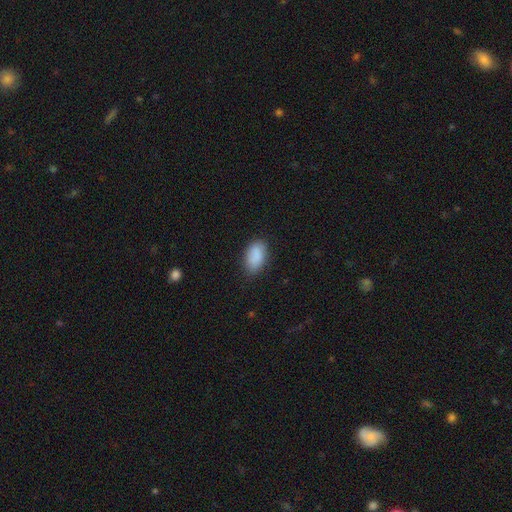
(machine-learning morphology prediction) A smooth galaxy with no disk features (89%) that is in between round and cigar-shaped (92%). Merging: none (80%).